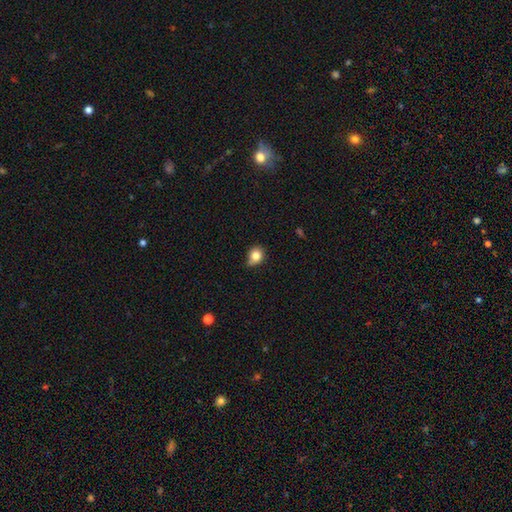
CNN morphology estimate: The model was most divided on "merging": none: 57%, minor disturbance: 34%, major disturbance: 6%, merger: 3%. More confident: smooth or featured — smooth (81%); how rounded — round (72%).